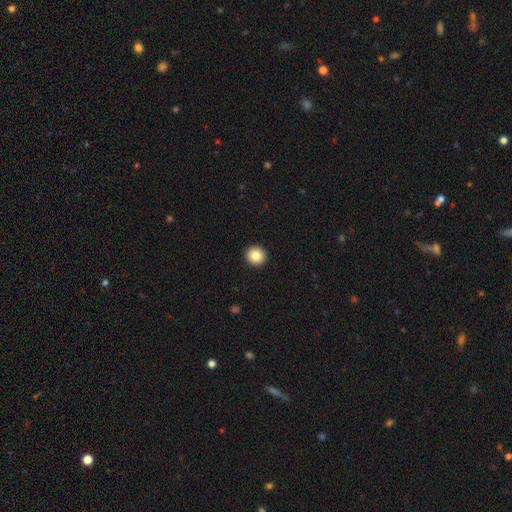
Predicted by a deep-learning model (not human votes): The model was most divided on "smooth or featured": smooth: 83%, star or artifact: 9%, featured or disk: 7%. More confident: merging — none (94%); how rounded — round (94%).